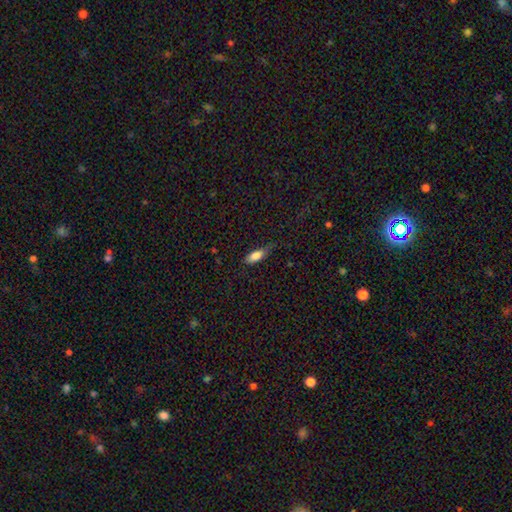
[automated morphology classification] Smooth or featured? Predicted: smooth (p=0.80). How rounded? Predicted: in between (p=0.74). Merging? Predicted: none (p=0.62).